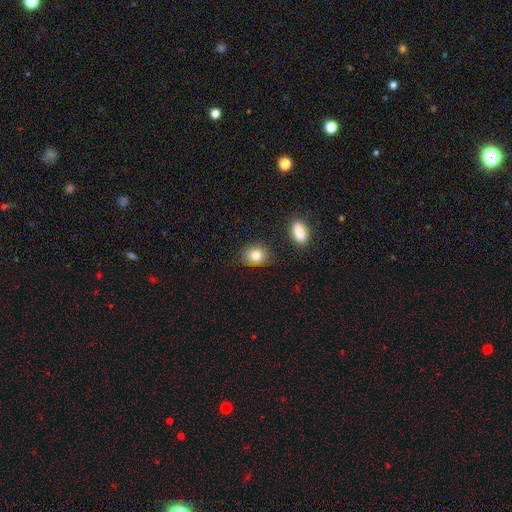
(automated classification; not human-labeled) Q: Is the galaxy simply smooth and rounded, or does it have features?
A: smooth — 82%.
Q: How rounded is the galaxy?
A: round — 52%.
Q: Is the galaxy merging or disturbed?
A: none — 82%.